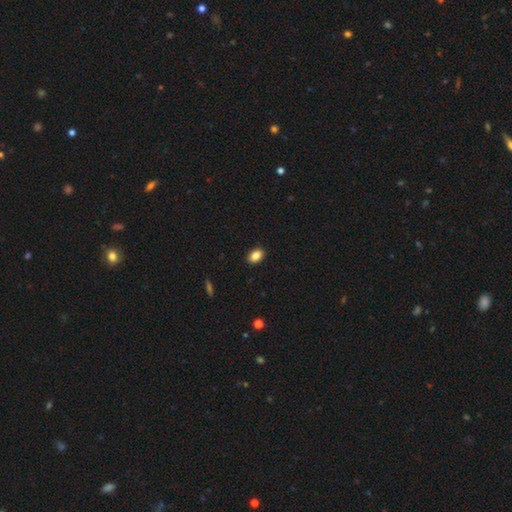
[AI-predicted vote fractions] Smooth or featured: smooth — 87% (star or artifact — 8%)
How rounded: in between — 85% (round — 13%)
Merging: none — 90% (minor disturbance — 7%)